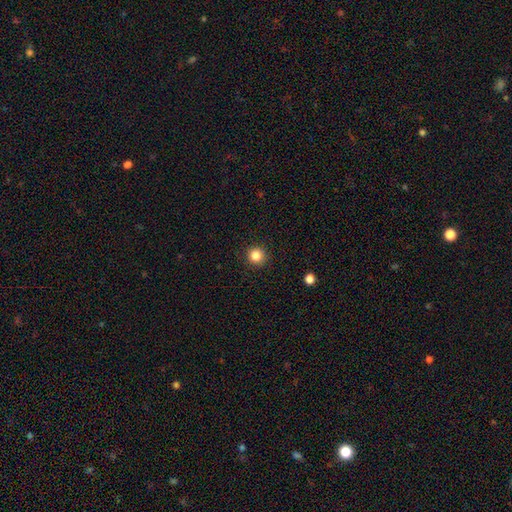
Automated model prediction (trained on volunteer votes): smooth-or-featured: smooth: 83% | star or artifact: 12% | featured or disk: 5%
  how-rounded: round: 95% | in between: 4% | cigar-shaped: 1%
  merging: none: 92% | minor disturbance: 5% | major disturbance: 2% | merger: 1%